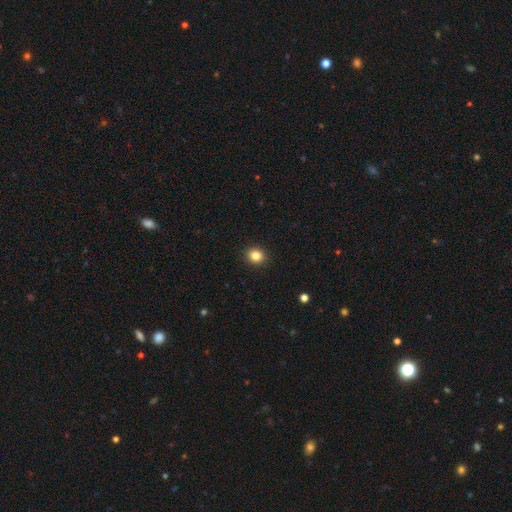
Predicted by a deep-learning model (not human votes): Q: Smooth or featured?
A: smooth (85%); runner-up: star or artifact (11%)
Q: How rounded?
A: round (76%); runner-up: in between (24%)
Q: Merging?
A: none (92%); runner-up: minor disturbance (6%)